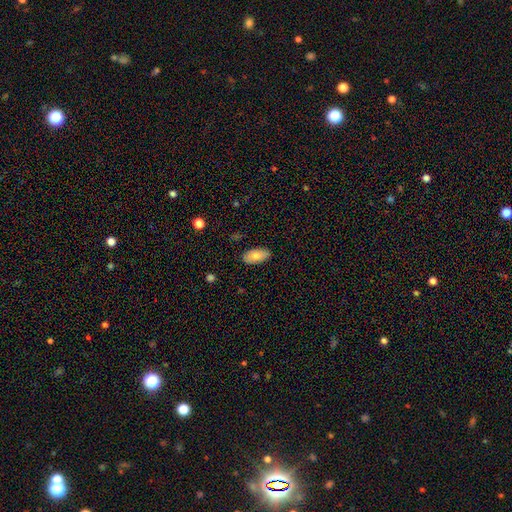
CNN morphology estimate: Smooth or featured: smooth — 79% (featured or disk — 14%)
How rounded: in between — 94% (cigar-shaped — 4%)
Merging: none — 87% (minor disturbance — 10%)